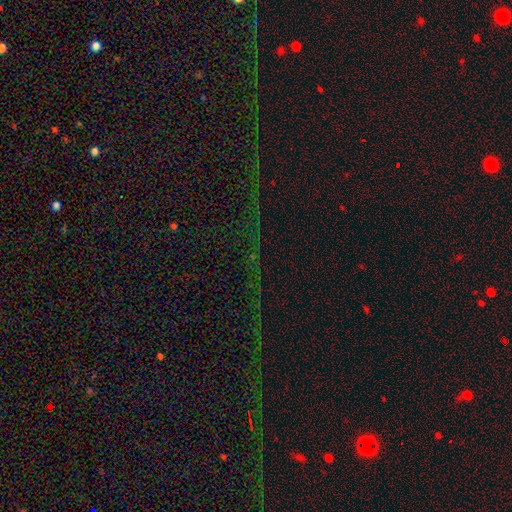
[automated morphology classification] A star or artifact, not a galaxy (78%).